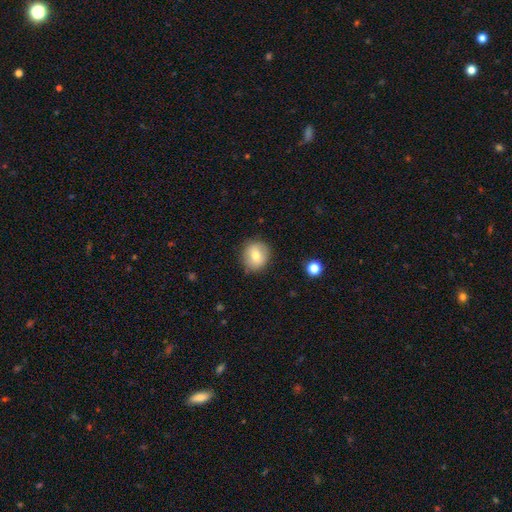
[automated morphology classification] Smooth or featured? smooth (74%)
How rounded? round (84%)
Merging? none (84%)